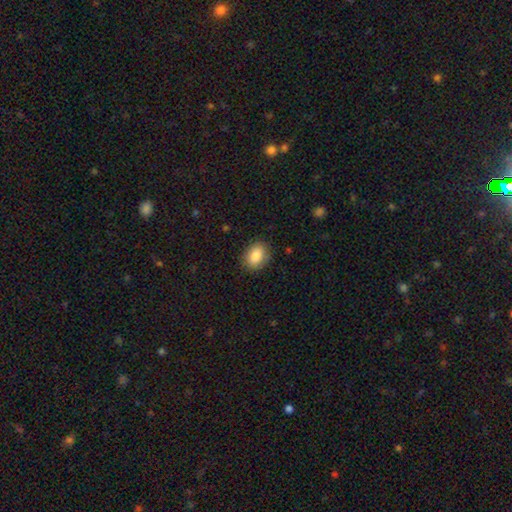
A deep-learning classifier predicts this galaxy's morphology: Smooth or featured? Predicted: smooth (p=0.86). How rounded? Predicted: in between (p=0.69). Merging? Predicted: none (p=0.86).